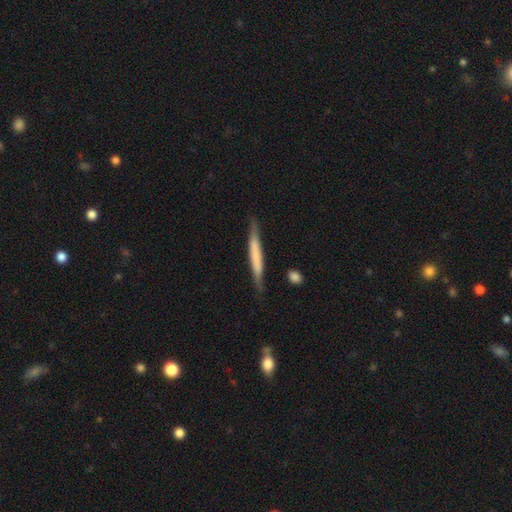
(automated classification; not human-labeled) Smooth or featured? Predicted: smooth (p=0.55). How rounded? Predicted: cigar-shaped (p=0.96). Merging? Predicted: none (p=0.83).